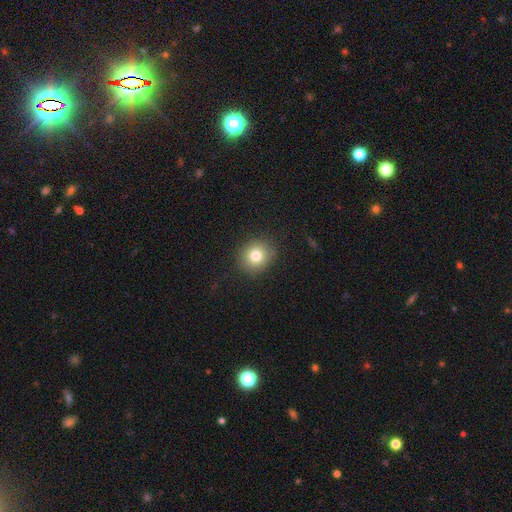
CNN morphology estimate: Smooth or featured?
  - smooth: 78% *
  - star or artifact: 12%
  - featured or disk: 9%
How rounded?
  - round: 86% *
  - in between: 13%
  - cigar-shaped: 1%
Merging?
  - none: 89% *
  - minor disturbance: 7%
  - major disturbance: 3%
  - merger: 1%